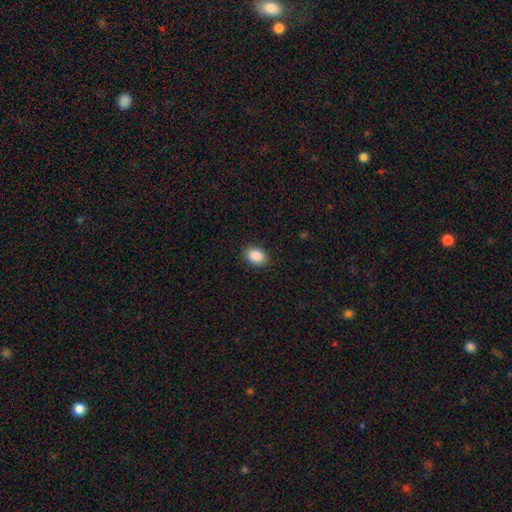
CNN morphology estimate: smooth-or-featured: smooth: 90% | star or artifact: 8% | featured or disk: 3%
  how-rounded: in between: 74% | round: 25% | cigar-shaped: 1%
  merging: none: 88% | minor disturbance: 8% | major disturbance: 2% | merger: 1%